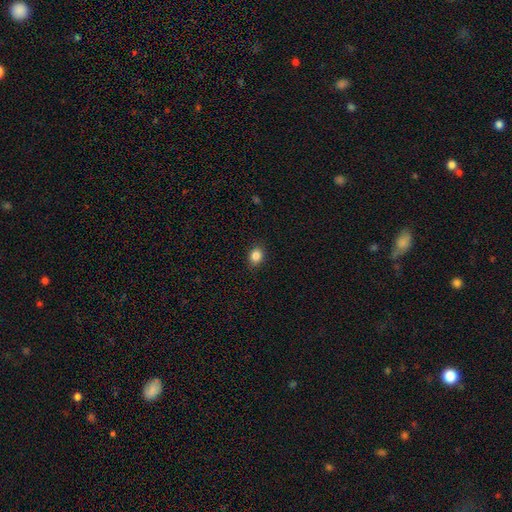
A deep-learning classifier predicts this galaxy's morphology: smooth_or_featured: smooth (p=0.85) [alt: star or artifact p=0.11]
how_rounded: round (p=0.52) [alt: in between p=0.47]
merging: none (p=0.90) [alt: minor disturbance p=0.08]